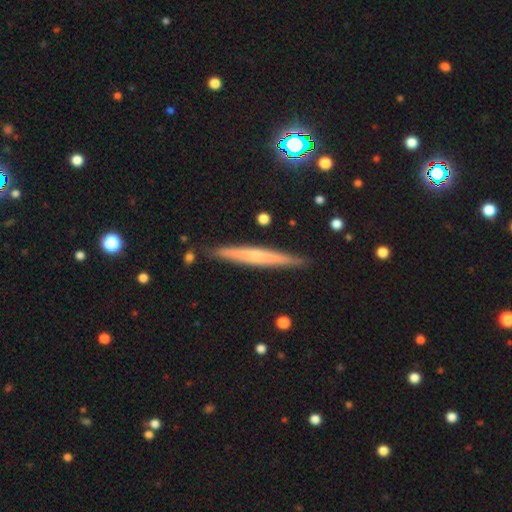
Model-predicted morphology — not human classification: type=featured or disk (51%); edge-on=yes (96%); merging=none (89%).